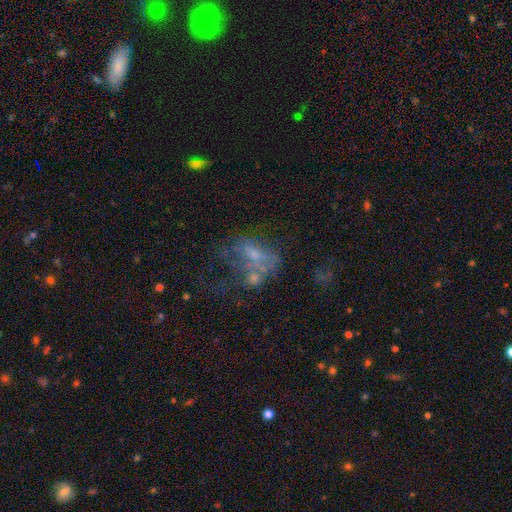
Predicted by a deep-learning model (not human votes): Smooth or featured?
  - featured or disk: 50% *
  - smooth: 31%
  - star or artifact: 19%
Merging?
  - major disturbance: 39% *
  - none: 24%
  - merger: 22%
  - minor disturbance: 15%